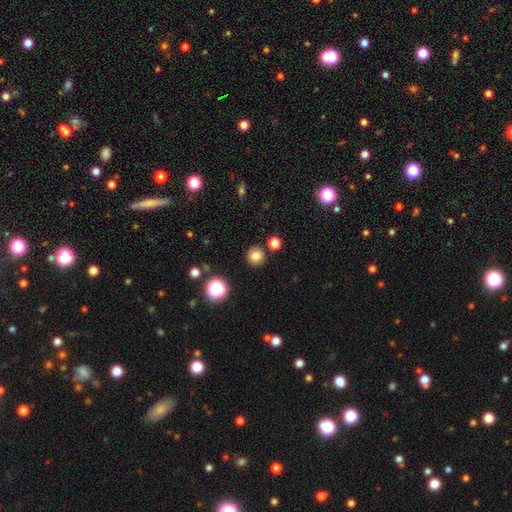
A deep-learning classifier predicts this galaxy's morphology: A smooth galaxy with no disk features (80%) that is round (94%).

Vote fractions:
- Smooth or featured? smooth: 80% / star or artifact: 13% / featured or disk: 6%
- How rounded? round: 94% / in between: 5% / cigar-shaped: 1%
- Merging? none: 88% / minor disturbance: 6% / merger: 4% / major disturbance: 2%